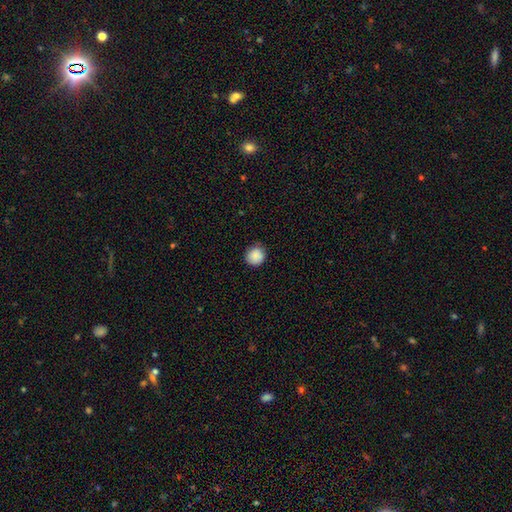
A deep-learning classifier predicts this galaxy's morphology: Smooth or featured?
  - smooth: 88% *
  - star or artifact: 8%
  - featured or disk: 3%
How rounded?
  - round: 90% *
  - in between: 9%
  - cigar-shaped: 1%
Merging?
  - none: 83% *
  - minor disturbance: 14%
  - major disturbance: 2%
  - merger: 1%